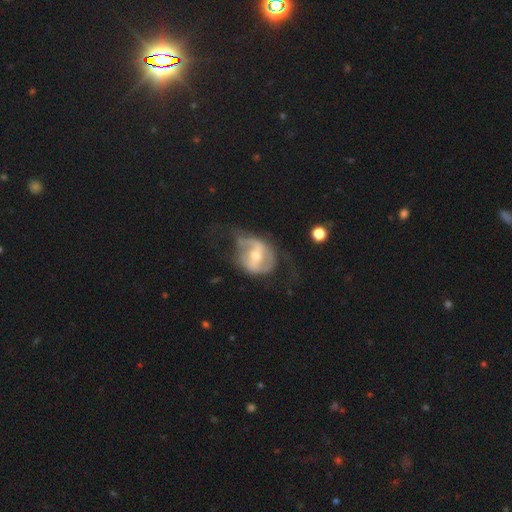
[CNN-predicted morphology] smooth_or_featured: featured or disk (p=0.73) [alt: smooth p=0.21]
disk_edge_on: no (p=0.94) [alt: yes p=0.06]
bar: strong (p=0.45) [alt: weak p=0.35]
has_spiral_arms: yes (p=0.59) [alt: no p=0.41]
bulge_size: moderate (p=0.55) [alt: small p=0.40]
merging: none (p=0.42) [alt: major disturbance p=0.30]